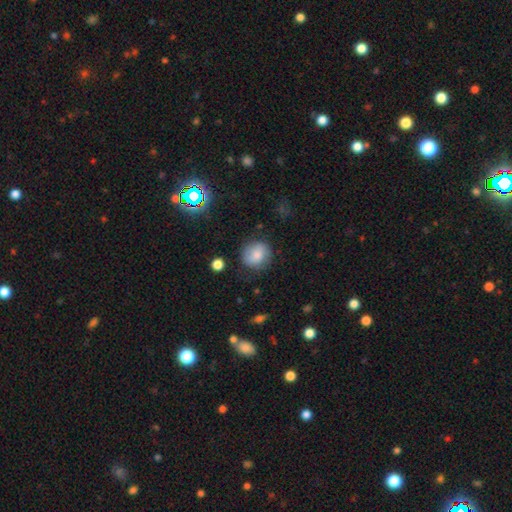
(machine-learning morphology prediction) Smooth or featured?
  - smooth: 70% *
  - featured or disk: 19%
  - star or artifact: 11%
How rounded?
  - round: 78% *
  - in between: 21%
  - cigar-shaped: 1%
Merging?
  - none: 77% *
  - minor disturbance: 16%
  - major disturbance: 5%
  - merger: 2%